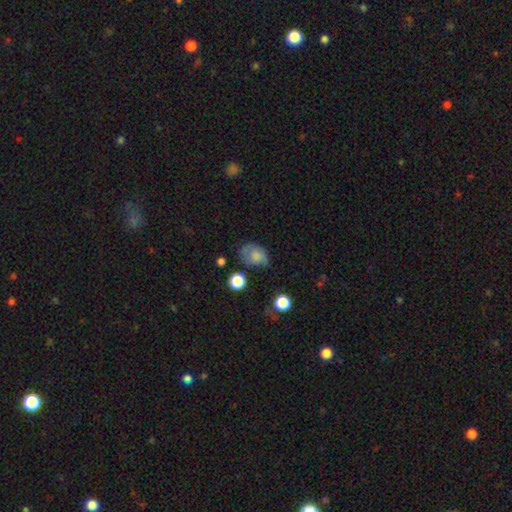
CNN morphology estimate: A smooth galaxy with no disk features (72%) that is in between round and cigar-shaped (69%). Merging: none (40%).